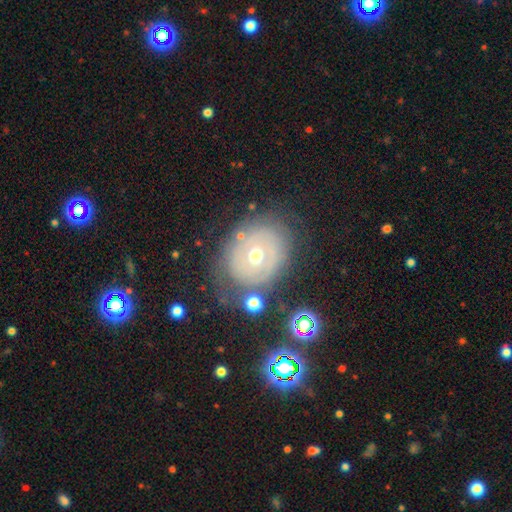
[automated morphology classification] This appears to be a featured or disk galaxy (58%) with no bar (82%), no spiral arms (57%) and a moderate central bulge (68%). Merging: none (68%).